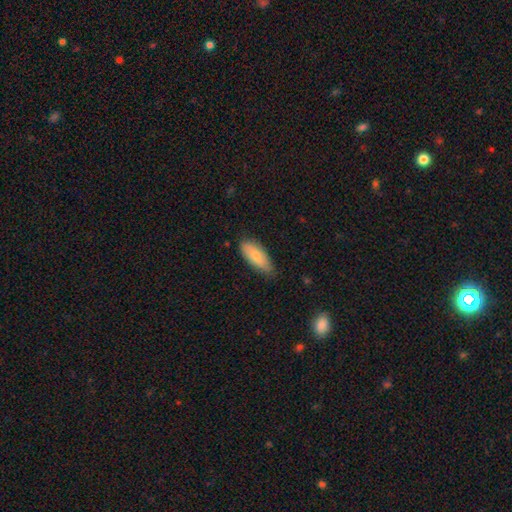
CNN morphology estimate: This appears to be a smooth galaxy with no disk features (78%) that is in between round and cigar-shaped (79%). Merging: none (71%).